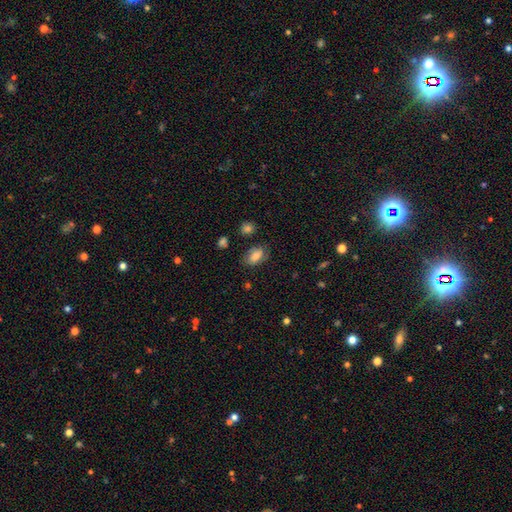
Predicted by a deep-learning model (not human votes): smooth-or-featured: smooth: 74% | featured or disk: 17% | star or artifact: 9%
  how-rounded: in between: 88% | round: 10% | cigar-shaped: 2%
  merging: none: 70% | minor disturbance: 20% | major disturbance: 7% | merger: 3%